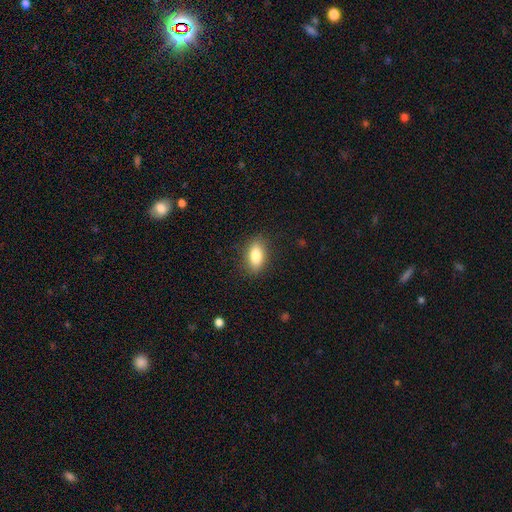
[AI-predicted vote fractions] A smooth galaxy with no disk features (82%) that is in between round and cigar-shaped (86%).

Vote fractions:
- Smooth or featured? smooth: 82% / featured or disk: 10% / star or artifact: 8%
- How rounded? in between: 86% / round: 7% / cigar-shaped: 7%
- Merging? none: 86% / minor disturbance: 10% / major disturbance: 3% / merger: 1%